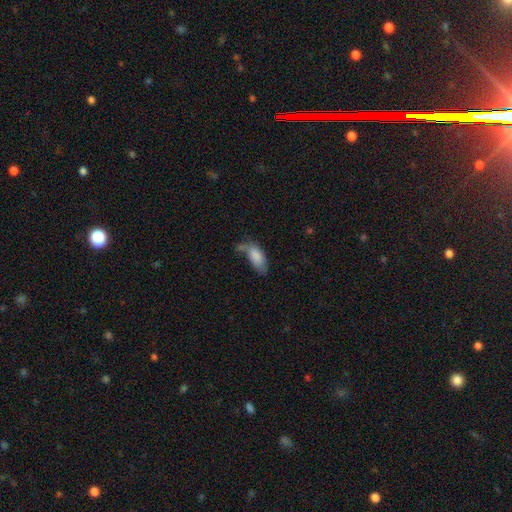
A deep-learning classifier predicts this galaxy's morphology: smooth-or-featured: smooth: 81% | featured or disk: 11% | star or artifact: 8%
  how-rounded: in between: 89% | cigar-shaped: 9% | round: 3%
  merging: none: 31% (tied) | minor disturbance: 31% (tied) | major disturbance: 23% | merger: 16%